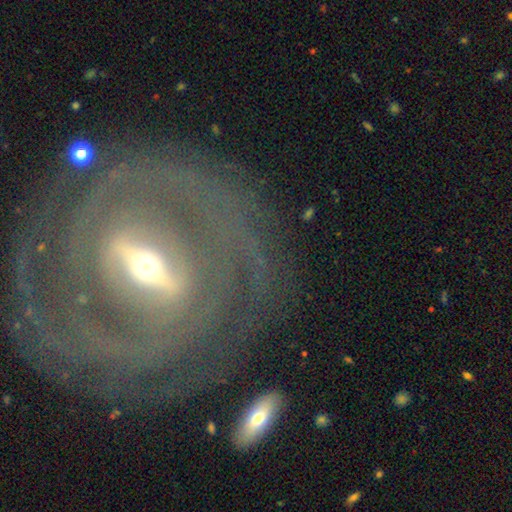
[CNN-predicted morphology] smooth-or-featured: featured or disk: 85% | smooth: 8% | star or artifact: 7%
  disk-edge-on: no: 86% | yes: 14%
    bar: strong: 70% | weak: 20% | no: 10%
    has-spiral-arms: yes: 76% | no: 24%
      spiral-winding: tight: 64% | medium: 26% | loose: 10%
      spiral-arm-count: can't tell: 34% | 2: 32% | 3: 11% | 4: 8% | more than 4: 8% | 1: 7%
    bulge-size: moderate: 47% | small: 46% | large: 5% | dominant: 1% | none: 1%
  merging: none: 71% | minor disturbance: 13% | major disturbance: 12% | merger: 4%